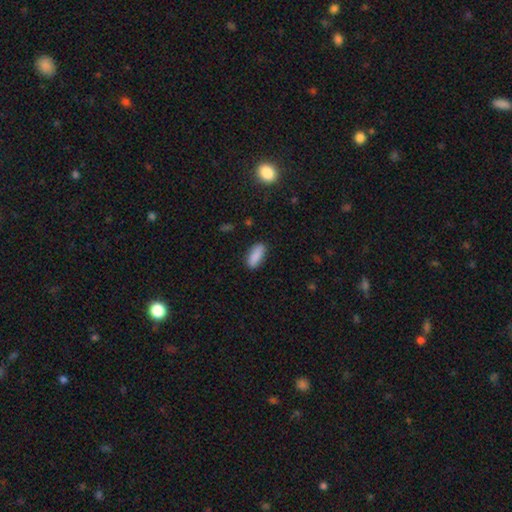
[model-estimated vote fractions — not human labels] This appears to be a smooth galaxy with no disk features (87%) that is in between round and cigar-shaped (76%). Merging: none (86%).